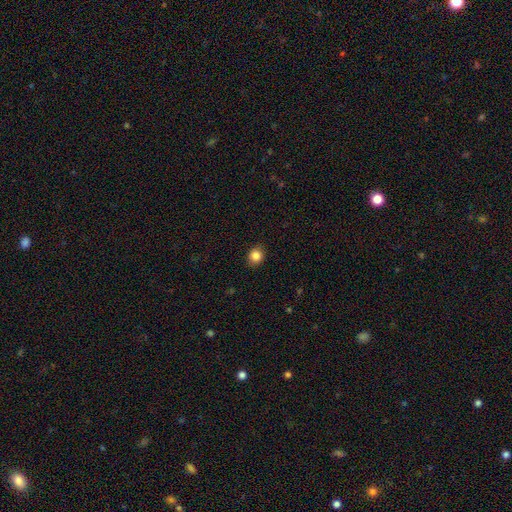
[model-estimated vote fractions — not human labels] Smooth or featured: smooth — 85% (star or artifact — 10%)
How rounded: round — 78% (in between — 21%)
Merging: none — 89% (minor disturbance — 8%)